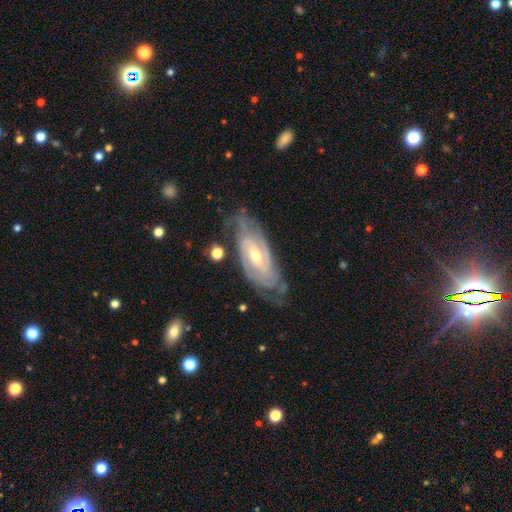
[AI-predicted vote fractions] Overall: featured or disk (89%). Edge-on disk: no (93%). Bar: weak (44%; no 39%). Spiral arms: yes (97%). Spiral arm count: 2 (51%; can't tell 19%). Spiral winding: tight (65%; medium 29%). Bulge size: moderate (55%; small 42%). Merging: none (67%).